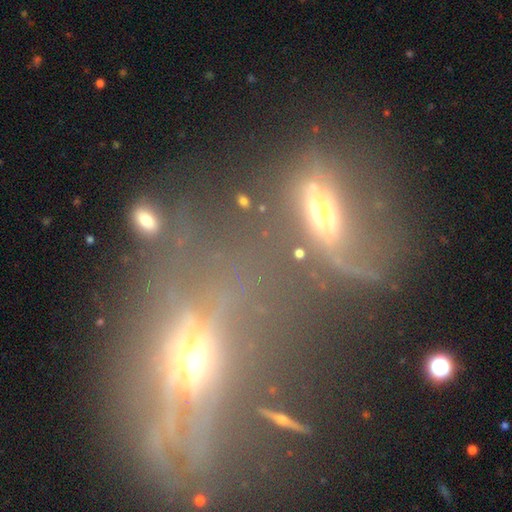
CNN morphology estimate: A featured or disk galaxy (46%).

Vote fractions:
- Smooth or featured? featured or disk: 46% / smooth: 29% / star or artifact: 25%
- Merging? merger: 35% / none: 32% / major disturbance: 20% / minor disturbance: 13%